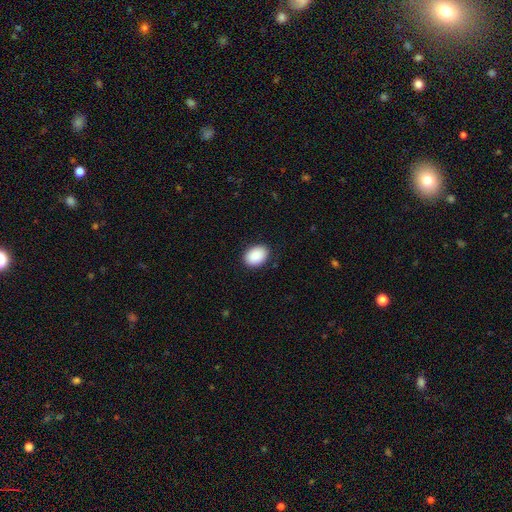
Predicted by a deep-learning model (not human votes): smooth-or-featured: smooth: 90% | star or artifact: 7% | featured or disk: 3%
  how-rounded: in between: 77% | round: 22% | cigar-shaped: 1%
  merging: none: 88% | minor disturbance: 9% | major disturbance: 2% | merger: 1%